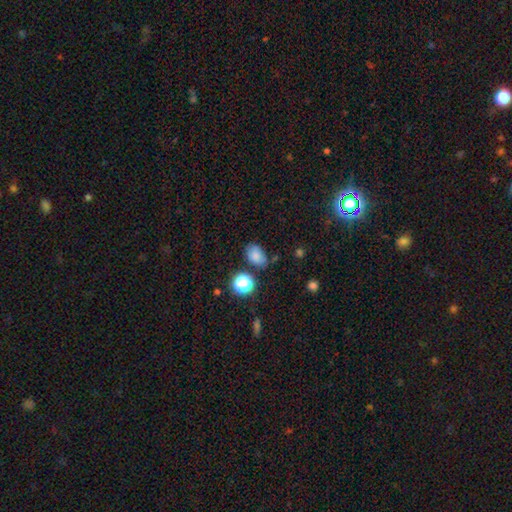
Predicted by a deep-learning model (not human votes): This is likely a smooth galaxy (77%). How rounded: likely in between (73%). Merging: likely none (64%).